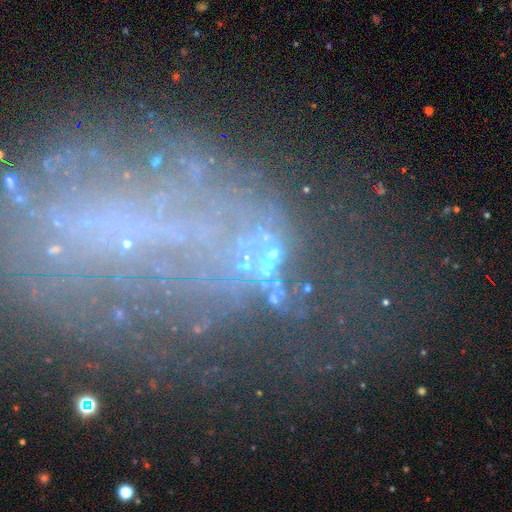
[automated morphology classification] Smooth or featured? featured or disk (44%)
Merging? none (50%)